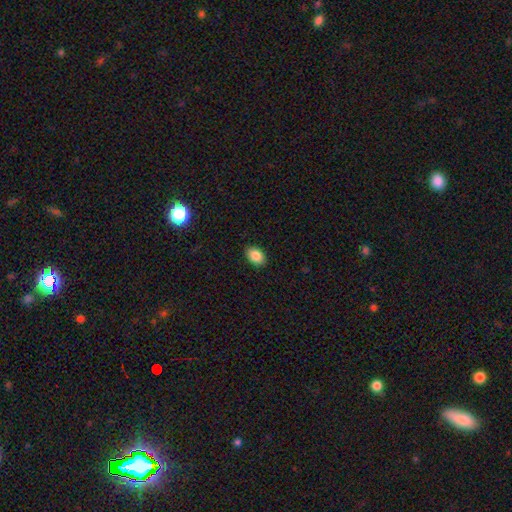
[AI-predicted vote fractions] Smooth or featured?
  - smooth: 88% *
  - star or artifact: 8%
  - featured or disk: 4%
How rounded?
  - in between: 84% *
  - round: 15%
  - cigar-shaped: 1%
Merging?
  - none: 89% *
  - minor disturbance: 8%
  - major disturbance: 2%
  - merger: 1%